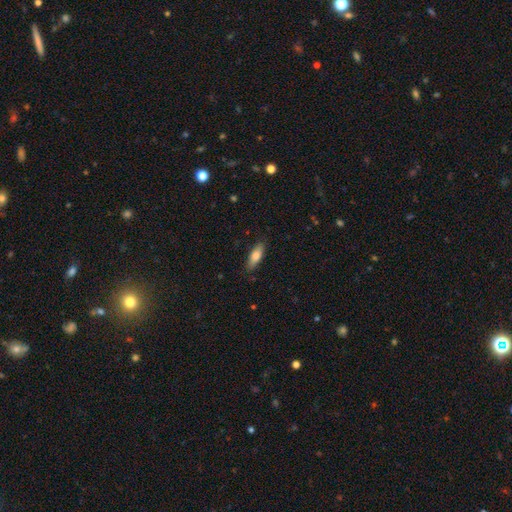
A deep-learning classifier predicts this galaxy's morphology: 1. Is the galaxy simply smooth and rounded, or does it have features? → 80% smooth, 14% featured or disk, 6% star or artifact.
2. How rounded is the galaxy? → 64% in between, 34% cigar-shaped, 2% round.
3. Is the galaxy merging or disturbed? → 84% none, 12% minor disturbance, 2% major disturbance, 1% merger.